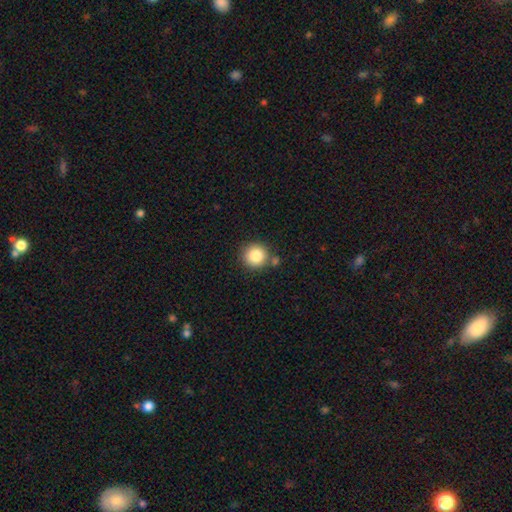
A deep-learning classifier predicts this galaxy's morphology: type=smooth (84%); roundness=round (93%); merging=none (77%).